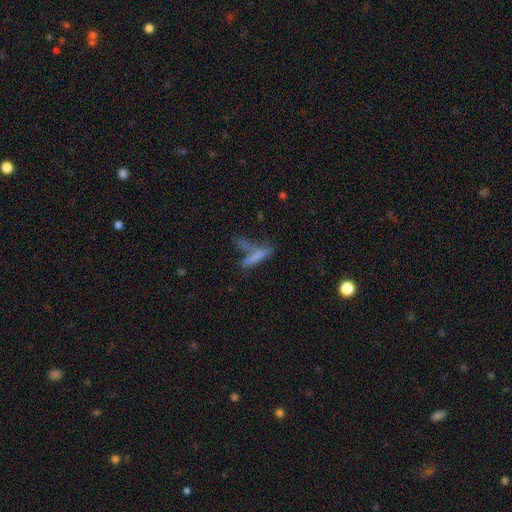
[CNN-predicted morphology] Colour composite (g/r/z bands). It shows a smooth galaxy with no disk features (68%) that is cigar-shaped (77%). Merging: none (42%).